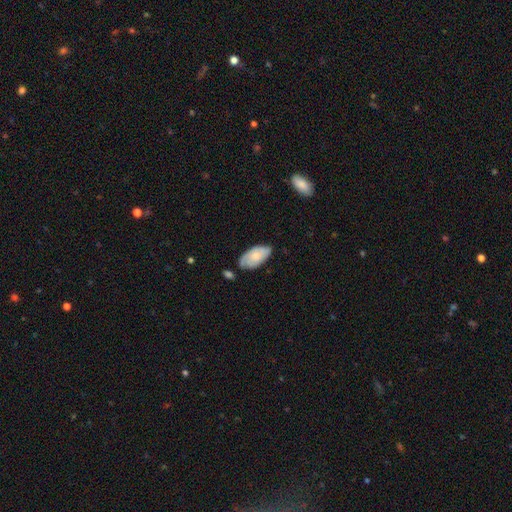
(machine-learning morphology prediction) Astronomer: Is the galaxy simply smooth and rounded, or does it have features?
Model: smooth — 58% (runner-up: featured or disk, 35%).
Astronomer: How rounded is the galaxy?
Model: in between — 94%.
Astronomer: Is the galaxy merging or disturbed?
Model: none — 61%.